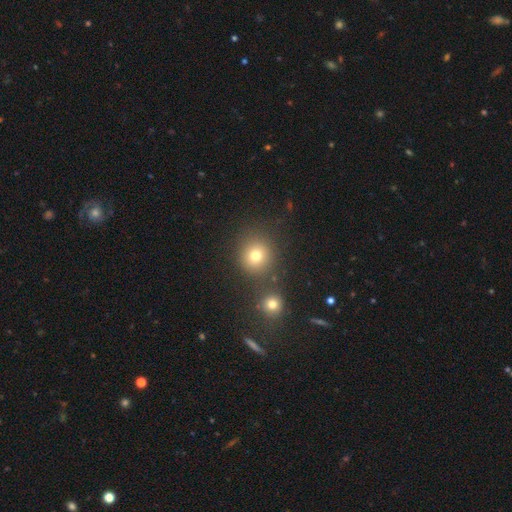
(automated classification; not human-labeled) This appears to be a smooth galaxy with no disk features (75%) that is round (89%). Merging: none (75%).